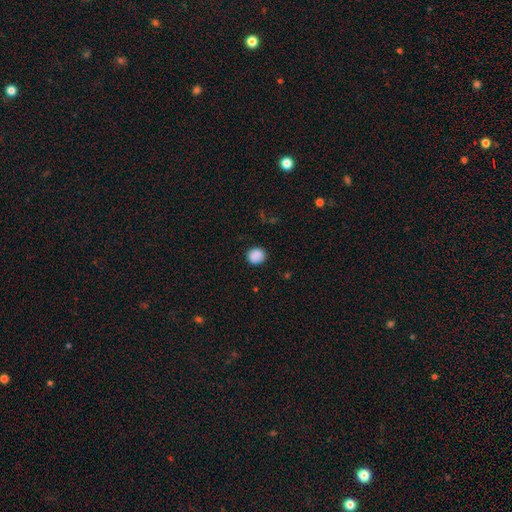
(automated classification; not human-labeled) A smooth galaxy with no disk features (88%) that is round (87%). Merging: none (88%).